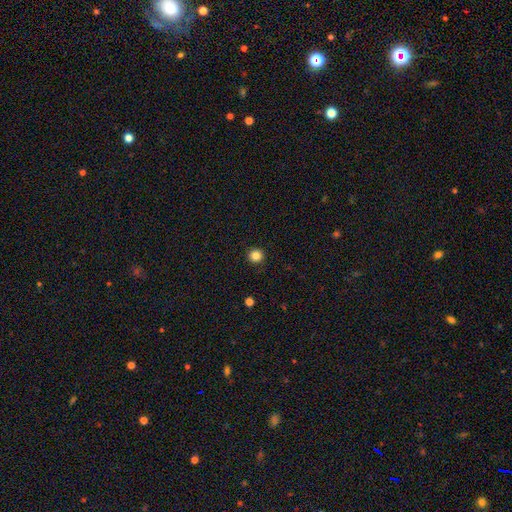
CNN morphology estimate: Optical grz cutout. It shows a smooth galaxy with no disk features (85%) that is round (95%). Merging: none (93%).